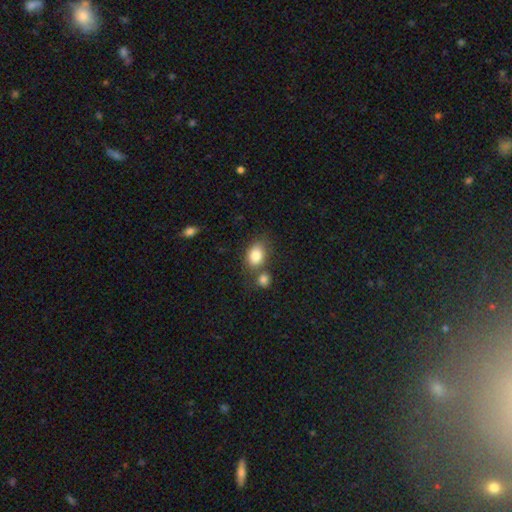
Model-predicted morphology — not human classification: A smooth galaxy with no disk features (83%) that is in between round and cigar-shaped (73%).

Vote fractions:
- Smooth or featured? smooth: 83% / star or artifact: 8% / featured or disk: 8%
- How rounded? in between: 73% / round: 26% / cigar-shaped: 1%
- Merging? none: 53% / merger: 27% / minor disturbance: 15% / major disturbance: 5%